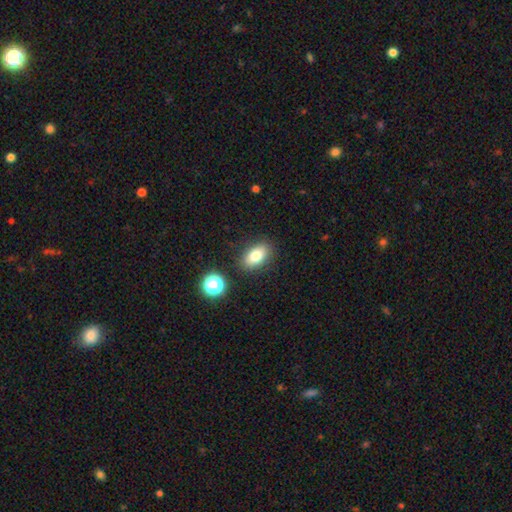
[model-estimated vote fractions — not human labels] A smooth galaxy with no disk features (77%) that is in between round and cigar-shaped (86%).

Vote fractions:
- Smooth or featured? smooth: 77% / featured or disk: 13% / star or artifact: 10%
- How rounded? in between: 86% / round: 11% / cigar-shaped: 3%
- Merging? none: 86% / minor disturbance: 9% / merger: 3% / major disturbance: 3%